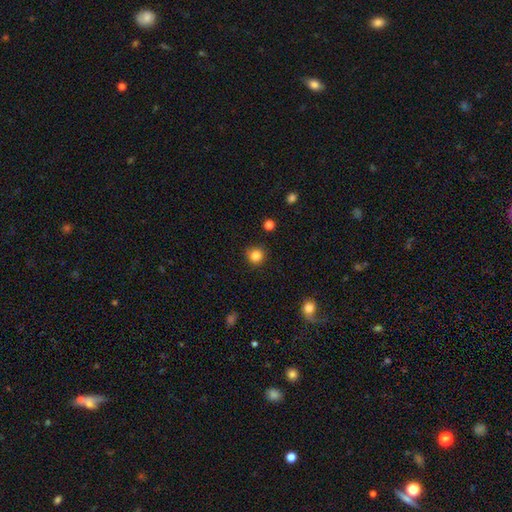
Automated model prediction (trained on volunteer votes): A smooth galaxy with no disk features (85%) that is round (93%). Merging: none (88%).